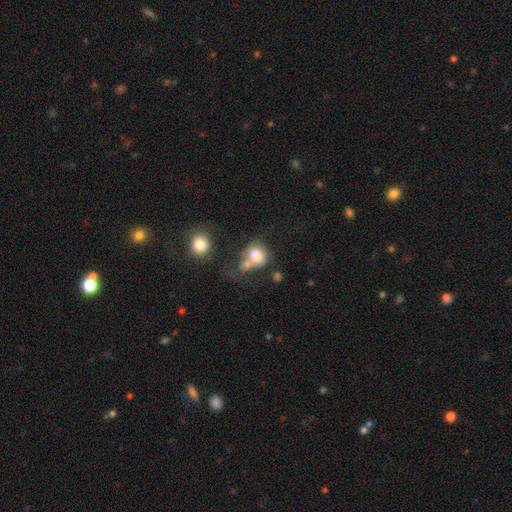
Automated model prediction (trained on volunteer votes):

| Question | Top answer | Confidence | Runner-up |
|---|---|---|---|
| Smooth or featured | smooth | 75% | featured or disk (15%) |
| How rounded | round | 51% | in between (48%) |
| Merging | merger | 46% | none (27%) |